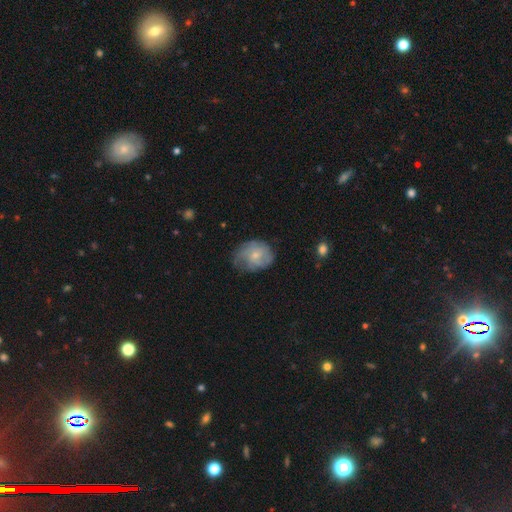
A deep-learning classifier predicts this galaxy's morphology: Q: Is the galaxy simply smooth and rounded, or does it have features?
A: featured or disk — 48%.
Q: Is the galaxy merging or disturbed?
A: none — 53%.